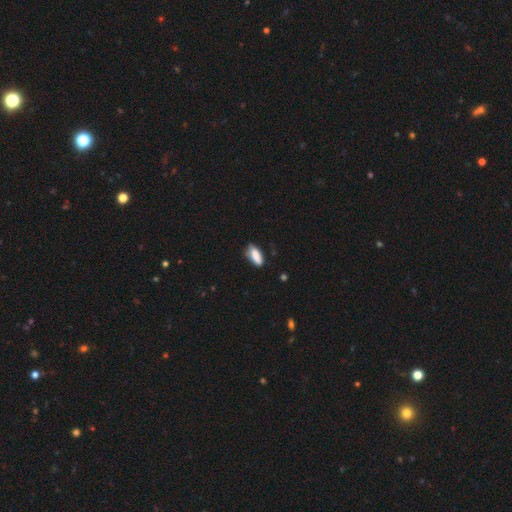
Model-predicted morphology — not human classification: Smooth or featured: smooth — 84% (featured or disk — 9%)
How rounded: in between — 80% (cigar-shaped — 17%)
Merging: none — 67% (minor disturbance — 26%)